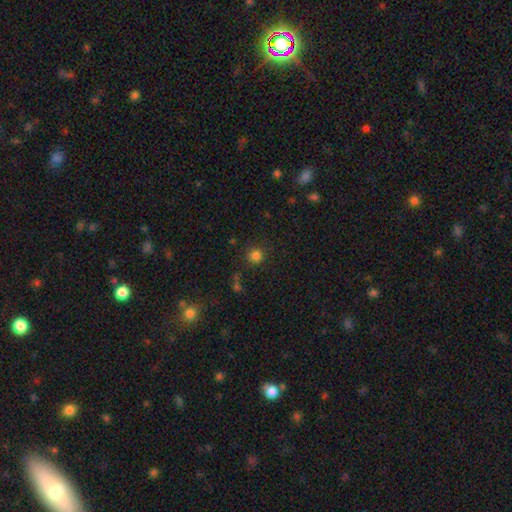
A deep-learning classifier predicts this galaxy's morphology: A smooth galaxy with no disk features (81%) that is round (93%). Merging: none (85%).